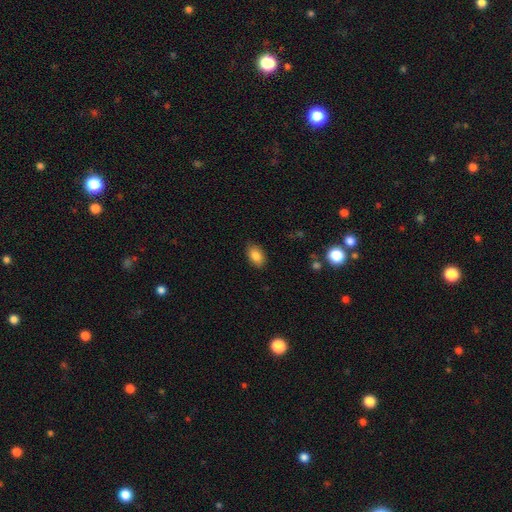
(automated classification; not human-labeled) Q: Smooth or featured?
A: smooth (86%); runner-up: star or artifact (8%)
Q: How rounded?
A: in between (87%); runner-up: round (11%)
Q: Merging?
A: none (86%); runner-up: minor disturbance (11%)